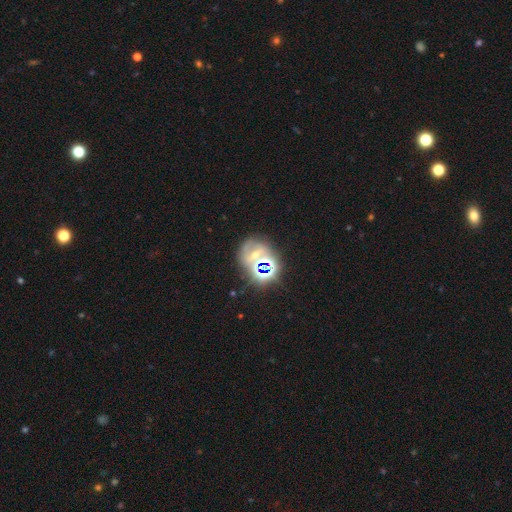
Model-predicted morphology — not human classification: The model was most divided on "smooth or featured": star or artifact: 57%, featured or disk: 25%, smooth: 18%.